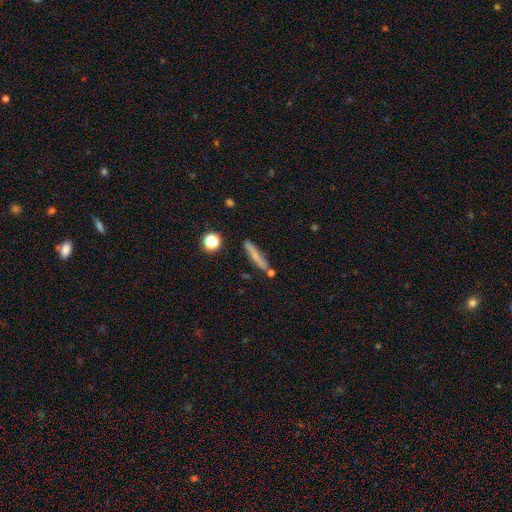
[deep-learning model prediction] A smooth galaxy with no disk features (65%) that is cigar-shaped (89%). Merging: none (75%).